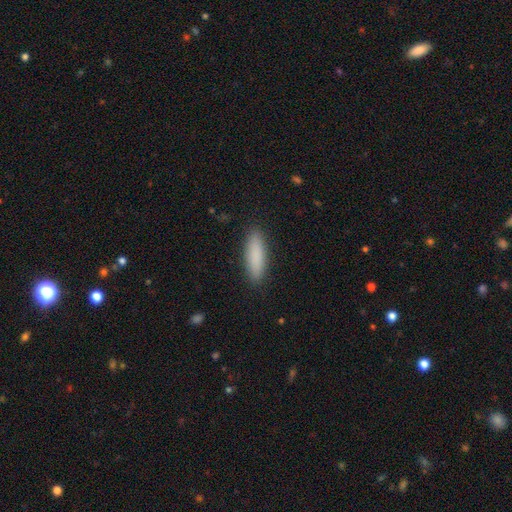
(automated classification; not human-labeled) Smooth or featured: smooth — 87% (featured or disk — 7%)
How rounded: cigar-shaped — 61% (in between — 38%)
Merging: none — 90% (minor disturbance — 7%)